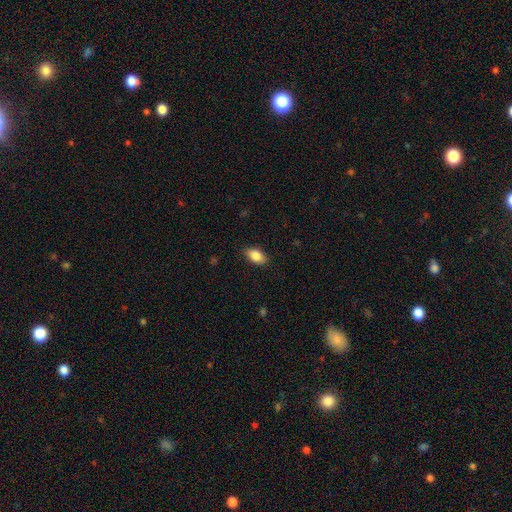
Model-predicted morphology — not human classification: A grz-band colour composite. It shows a smooth galaxy with no disk features (87%) that is in between round and cigar-shaped (91%). Merging: none (86%).